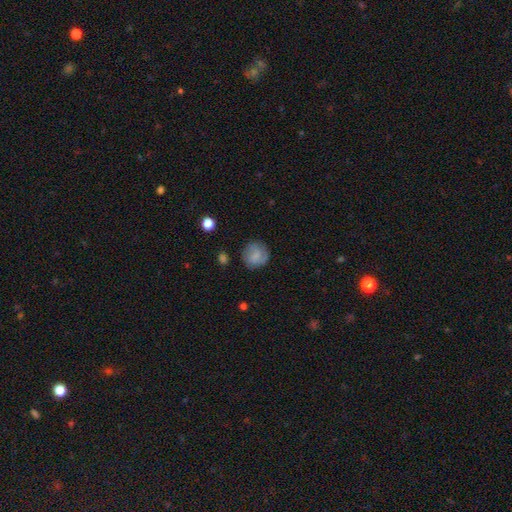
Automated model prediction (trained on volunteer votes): A smooth galaxy with no disk features (68%) that is round (87%). Merging: none (77%).